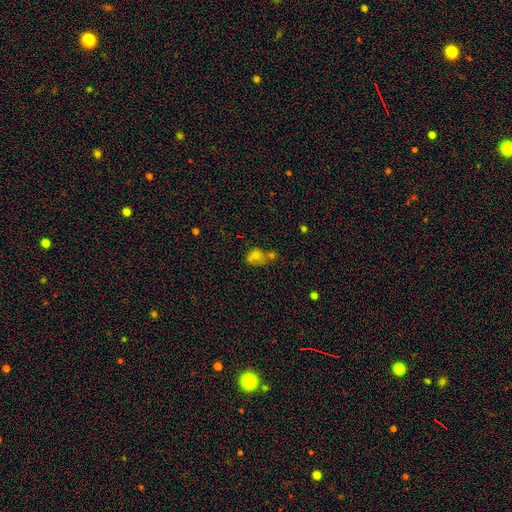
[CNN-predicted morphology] A smooth galaxy with no disk features (68%) that is round (52%). Merging: merger (48%).